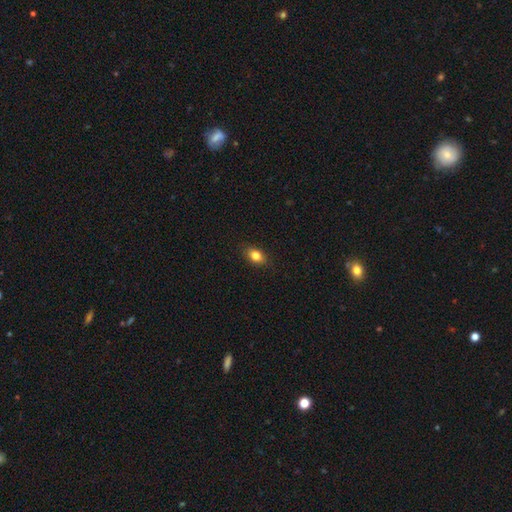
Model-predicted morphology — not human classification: smooth 83%, star or artifact 10%, featured or disk 7%. Down the decision tree: how rounded — in between (75%); merging — none (87%).